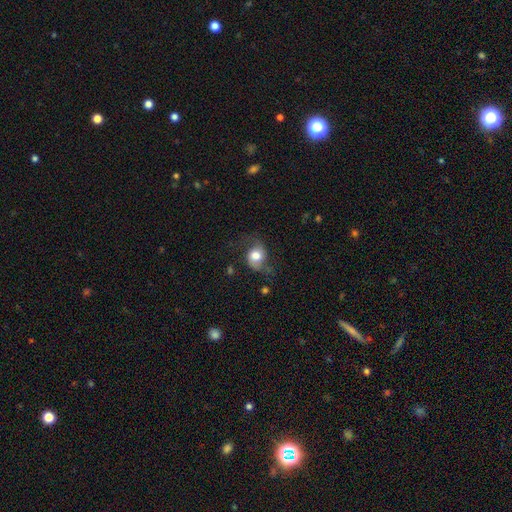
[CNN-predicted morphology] type=smooth (55%); roundness=round (52%); merging=none (53%).